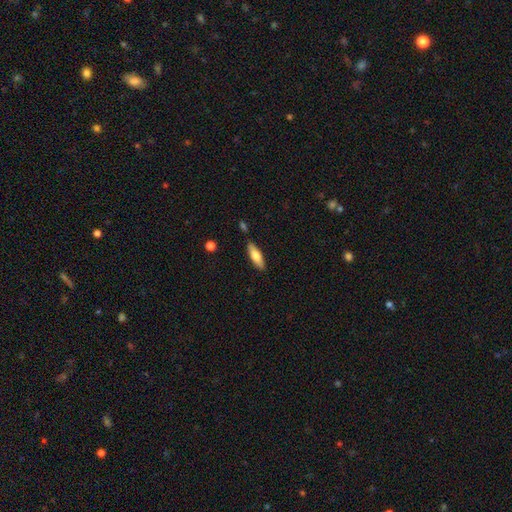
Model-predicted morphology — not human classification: Q: Smooth or featured?
A: smooth (70%); runner-up: featured or disk (24%)
Q: How rounded?
A: in between (50%); runner-up: cigar-shaped (48%)
Q: Merging?
A: none (81%); runner-up: minor disturbance (14%)